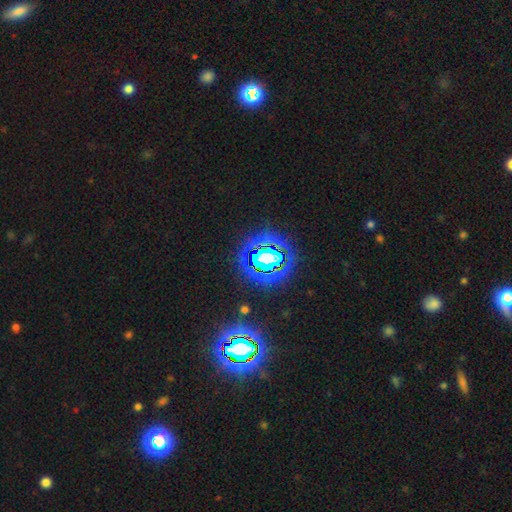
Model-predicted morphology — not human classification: Overall: star or artifact (81%).